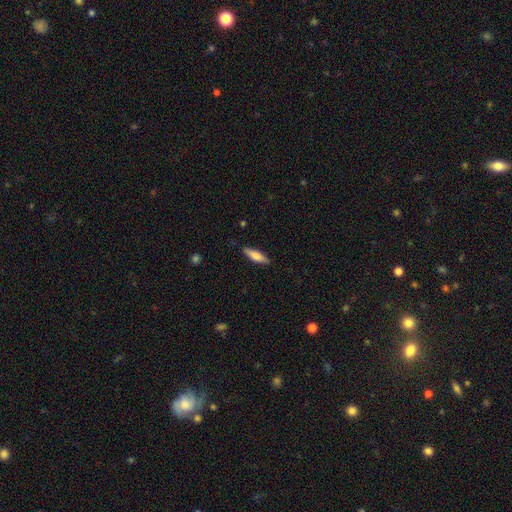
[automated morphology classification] A smooth galaxy with no disk features (70%) that is cigar-shaped (63%). Merging: none (87%).